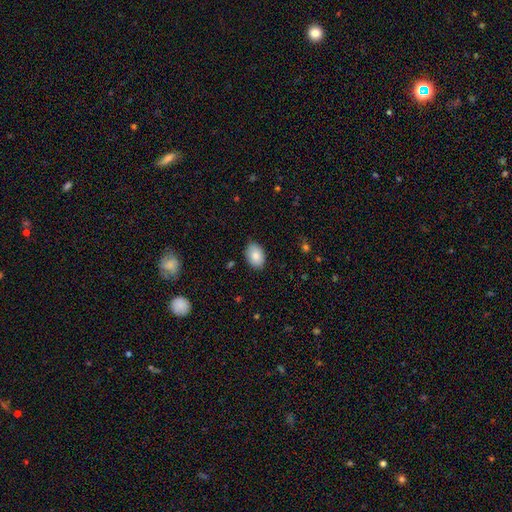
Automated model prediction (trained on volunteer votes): Smooth or featured? smooth (84%)
How rounded? in between (84%)
Merging? none (85%)